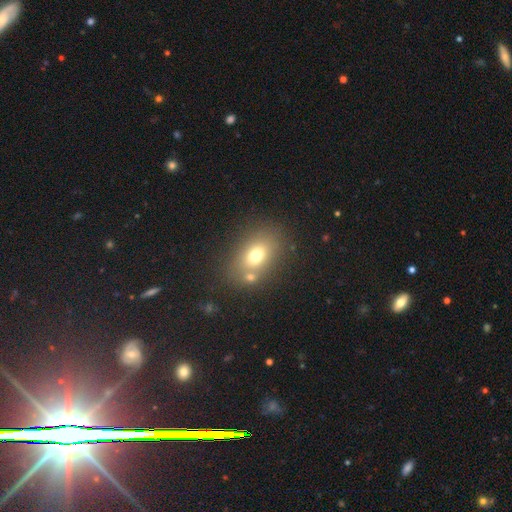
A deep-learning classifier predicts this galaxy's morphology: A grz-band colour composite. It shows a smooth galaxy with no disk features (70%) that is in between round and cigar-shaped (75%). Merging: none (65%).